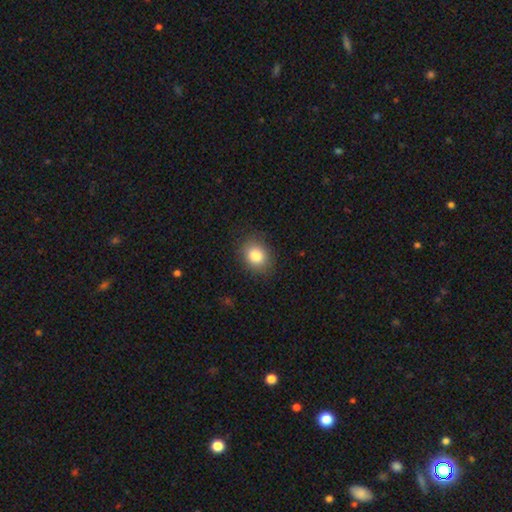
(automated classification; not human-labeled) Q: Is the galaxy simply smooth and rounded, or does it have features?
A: smooth — 84%.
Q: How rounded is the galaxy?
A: round — 58%.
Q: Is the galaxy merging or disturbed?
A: none — 86%.